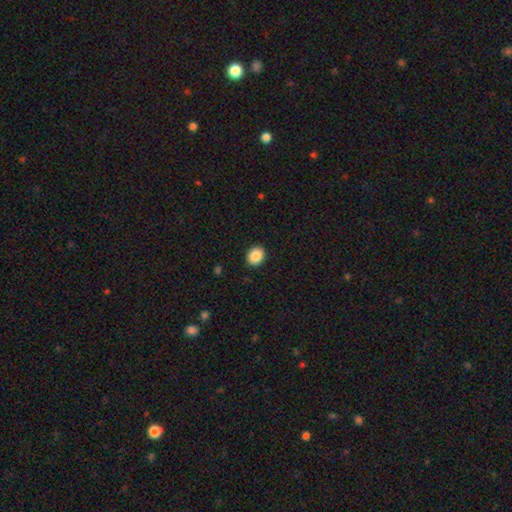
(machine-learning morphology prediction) A smooth galaxy with no disk features (87%) that is round (61%). Merging: none (91%).